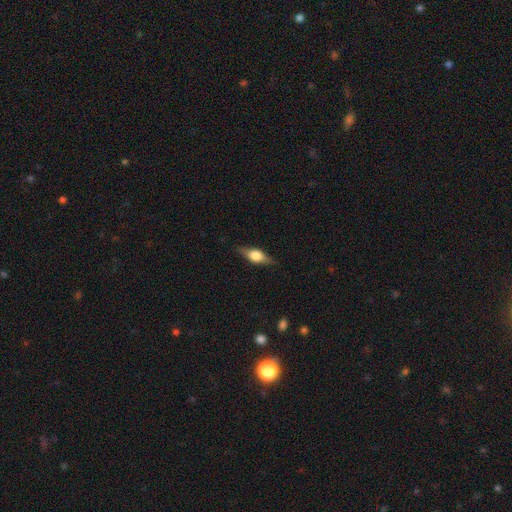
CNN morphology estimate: This is possibly a featured or disk galaxy (59%). It is clearly viewed edge-on (94%). Edge-on bulge: clearly rounded (91%). Merging: clearly none (84%).